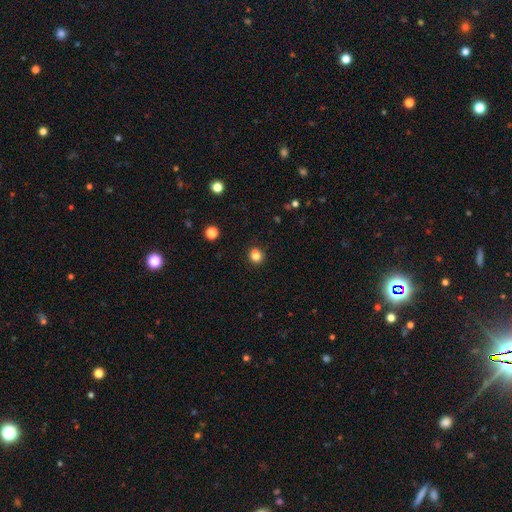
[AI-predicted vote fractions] Smooth or featured: smooth — 81% (star or artifact — 13%)
How rounded: round — 79% (in between — 20%)
Merging: none — 77% (minor disturbance — 13%)